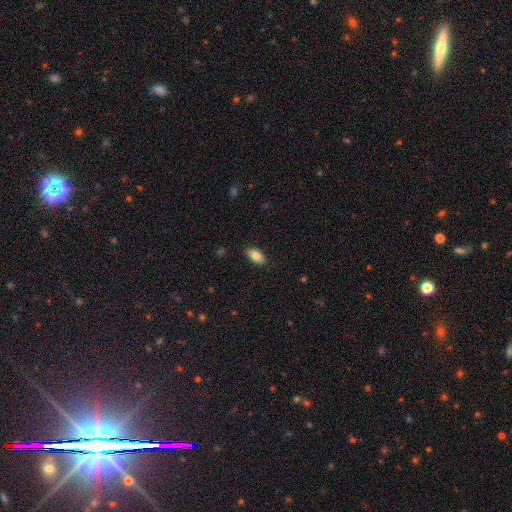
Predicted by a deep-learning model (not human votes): smooth 79%, featured or disk 14%, star or artifact 7%. Down the decision tree: how rounded — in between (92%); merging — none (88%).